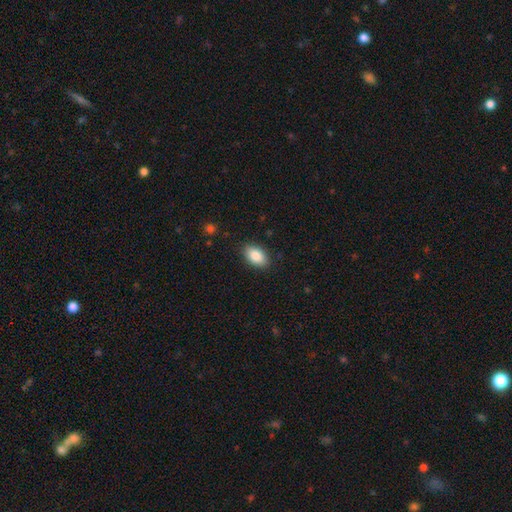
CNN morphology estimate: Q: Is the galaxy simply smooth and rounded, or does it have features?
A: smooth — 87%.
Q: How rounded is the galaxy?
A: in between — 92%.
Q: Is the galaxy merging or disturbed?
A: none — 87%.